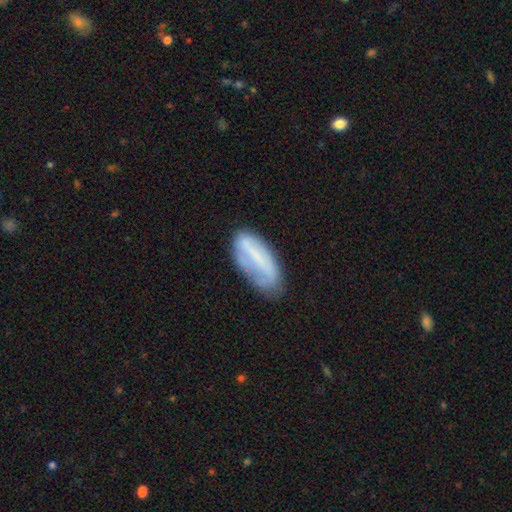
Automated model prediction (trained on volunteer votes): This is possibly a smooth galaxy (52%). How rounded: likely in between (77%). Merging: possibly none (54%).